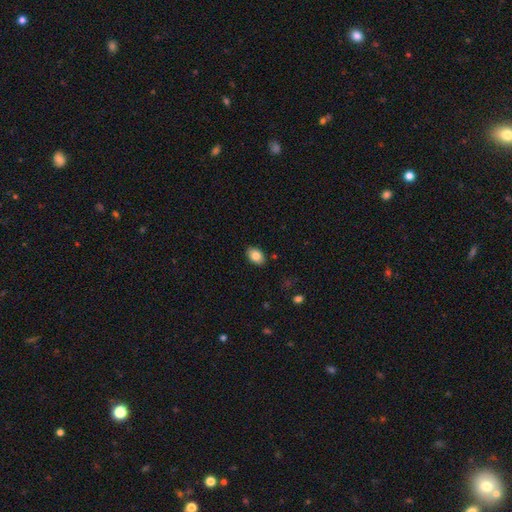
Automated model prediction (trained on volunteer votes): A smooth galaxy with no disk features (83%) that is in between round and cigar-shaped (86%).

Vote fractions:
- Smooth or featured? smooth: 83% / featured or disk: 9% / star or artifact: 8%
- How rounded? in between: 86% / round: 13% / cigar-shaped: 1%
- Merging? none: 88% / minor disturbance: 9% / major disturbance: 2% / merger: 1%